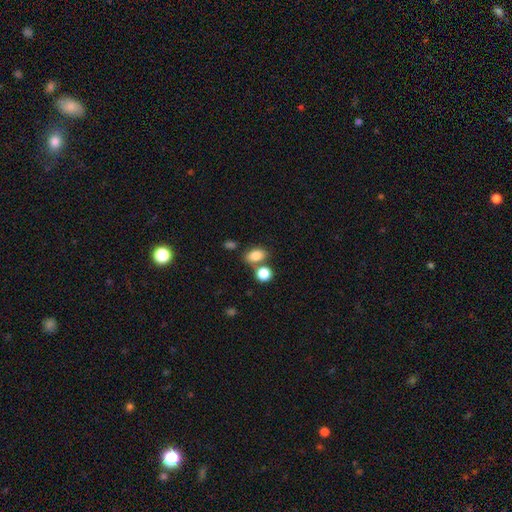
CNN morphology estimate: This appears to be a smooth galaxy with no disk features (82%) that is in between round and cigar-shaped (76%). Merging: none (62%).